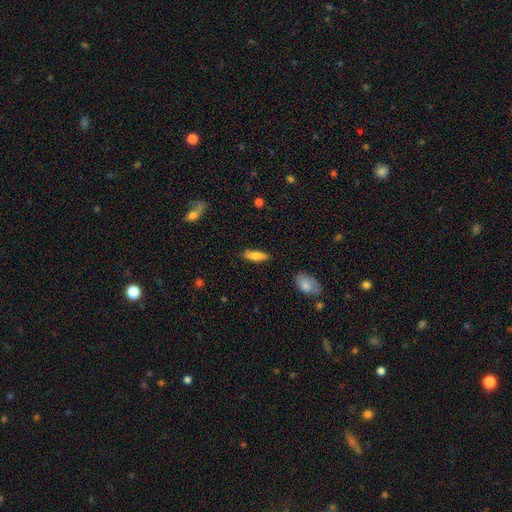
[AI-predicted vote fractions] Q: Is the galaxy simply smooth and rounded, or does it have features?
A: smooth — 73%.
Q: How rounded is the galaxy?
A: cigar-shaped — 54%.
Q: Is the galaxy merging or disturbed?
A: none — 84%.